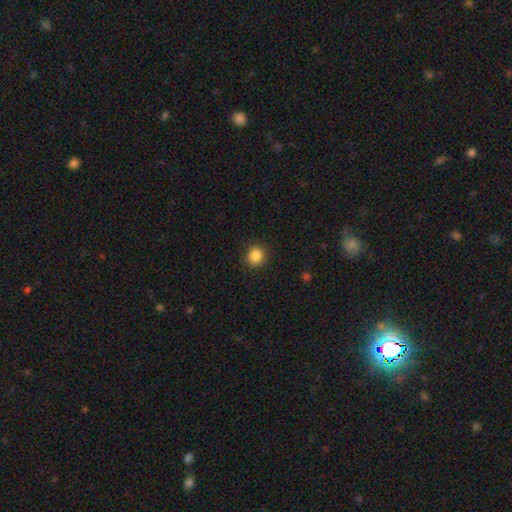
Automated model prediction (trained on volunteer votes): Smooth or featured? Predicted: smooth (p=0.86). How rounded? Predicted: round (p=0.87). Merging? Predicted: none (p=0.90).